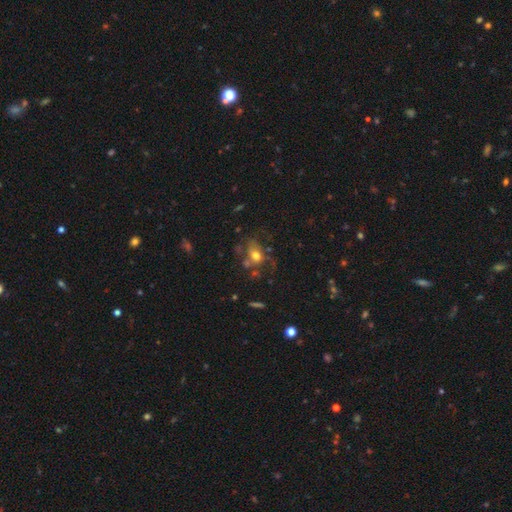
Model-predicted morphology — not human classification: The model was most divided on "how rounded": in between: 54%, round: 44%, cigar-shaped: 2%. Remaining: smooth or featured — smooth (54%); merging — none (44%).